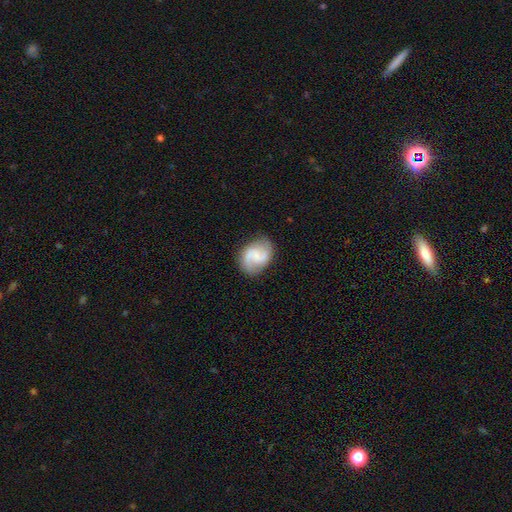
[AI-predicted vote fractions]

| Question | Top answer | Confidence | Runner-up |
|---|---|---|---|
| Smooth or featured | featured or disk | 73% | smooth (21%) |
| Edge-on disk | no | 98% | yes (2%) |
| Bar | weak | 50% | no (38%) |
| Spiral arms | yes | 95% | no (5%) |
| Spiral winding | medium | 50% | loose (30%) |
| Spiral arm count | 2 | 89% | can't tell (5%) |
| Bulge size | small | 41% | none (38%) |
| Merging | none | 79% | minor disturbance (14%) |